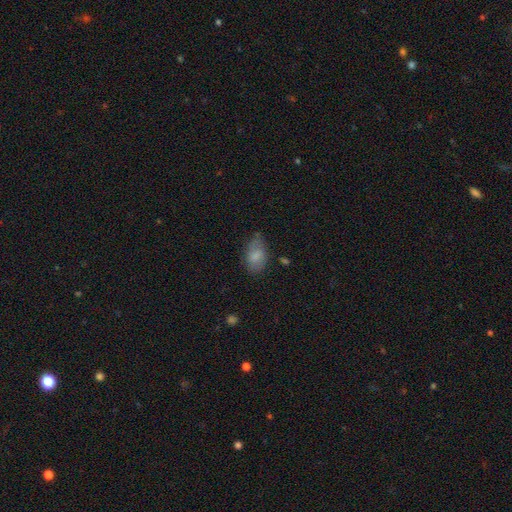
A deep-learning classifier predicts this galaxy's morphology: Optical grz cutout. It shows a smooth galaxy with no disk features (79%) that is in between round and cigar-shaped (90%). Merging: none (62%).